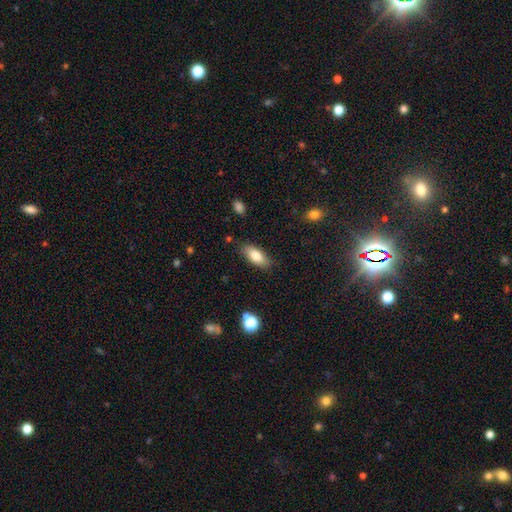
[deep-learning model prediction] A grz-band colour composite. It shows a smooth galaxy with no disk features (80%) that is in between round and cigar-shaped (85%). Merging: none (84%).